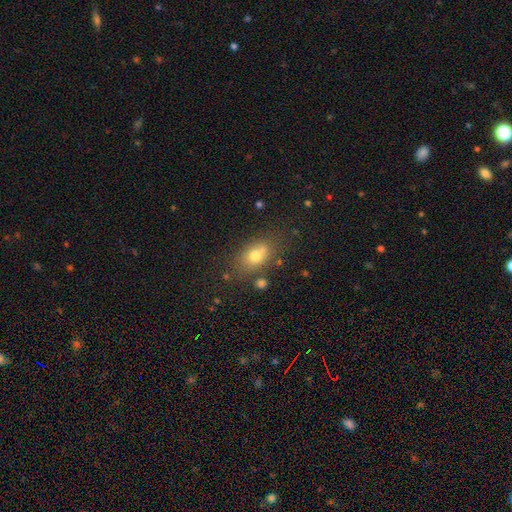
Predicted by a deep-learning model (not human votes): smooth_or_featured: smooth (p=0.71) [alt: featured or disk p=0.16]
how_rounded: in between (p=0.71) [alt: round p=0.26]
merging: none (p=0.63) [alt: minor disturbance p=0.17]